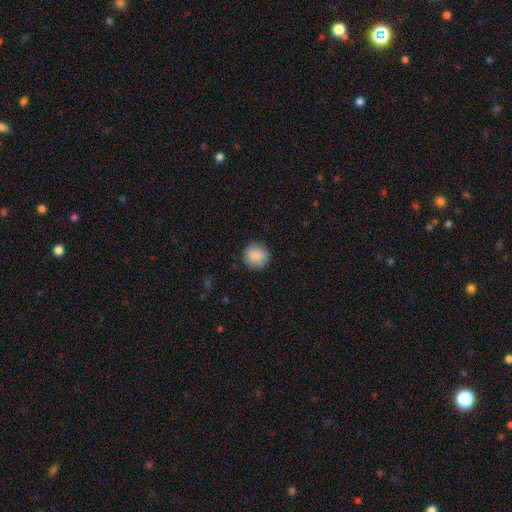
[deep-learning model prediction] This appears to be a smooth galaxy with no disk features (89%) that is round (92%). Merging: none (88%).